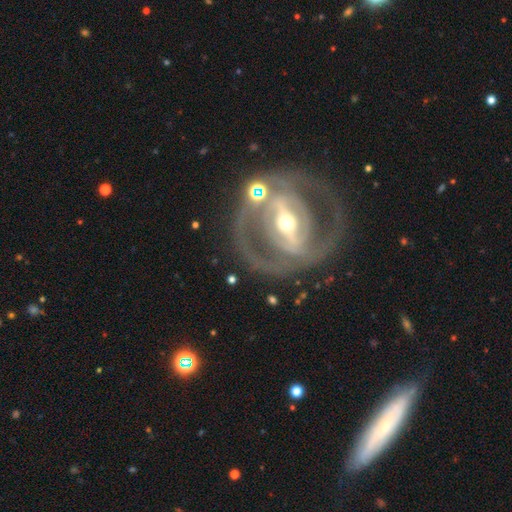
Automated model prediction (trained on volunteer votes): smooth-or-featured: featured or disk: 85% | smooth: 9% | star or artifact: 6%
  disk-edge-on: no: 93% | yes: 7%
    bar: strong: 68% | weak: 21% | no: 11%
    has-spiral-arms: yes: 68% | no: 32%
      spiral-winding: tight: 50% | medium: 37% | loose: 13%
      spiral-arm-count: 2: 65% | can't tell: 19% | 1: 6% | 3: 6% | 4: 2% | more than 4: 2%
    bulge-size: moderate: 55% | small: 37% | large: 6% | dominant: 1% | none: 1%
  merging: none: 62% | minor disturbance: 14% | major disturbance: 12% | merger: 12%